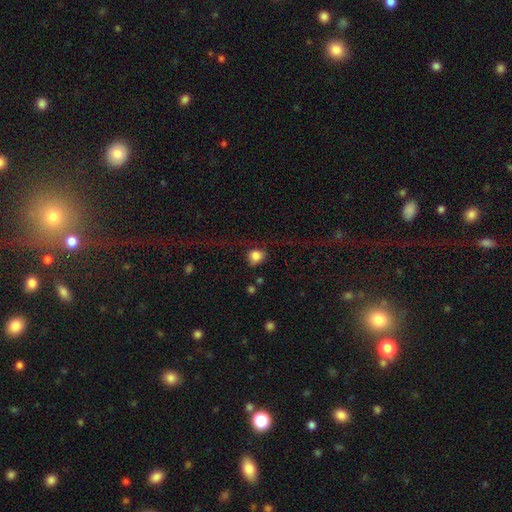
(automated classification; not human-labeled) smooth-or-featured: smooth: 82% | star or artifact: 10% | featured or disk: 8%
  how-rounded: round: 66% | in between: 33% | cigar-shaped: 1%
  merging: none: 54% | major disturbance: 21% | minor disturbance: 20% | merger: 4%